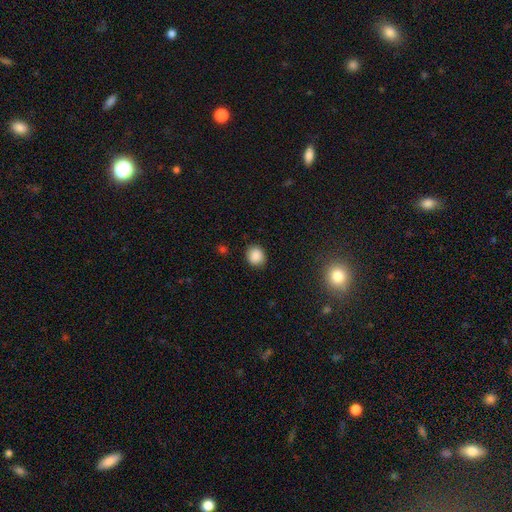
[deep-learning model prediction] A smooth galaxy with no disk features (87%) that is round (77%).

Vote fractions:
- Smooth or featured? smooth: 87% / star or artifact: 9% / featured or disk: 3%
- How rounded? round: 77% / in between: 22% / cigar-shaped: 1%
- Merging? none: 87% / minor disturbance: 10% / major disturbance: 3% / merger: 1%